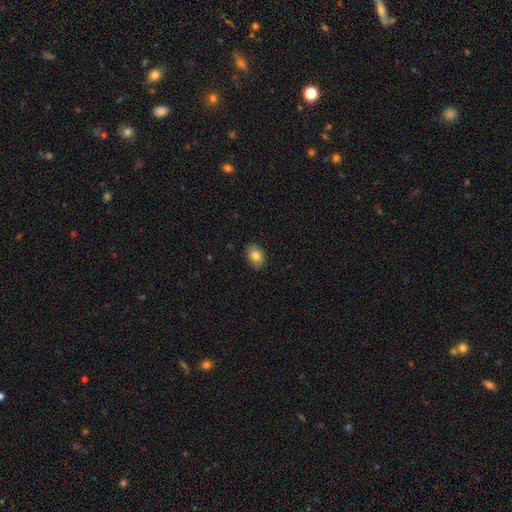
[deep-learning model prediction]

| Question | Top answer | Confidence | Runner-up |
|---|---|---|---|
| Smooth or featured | smooth | 81% | featured or disk (11%) |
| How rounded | in between | 79% | round (20%) |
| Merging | none | 86% | minor disturbance (11%) |